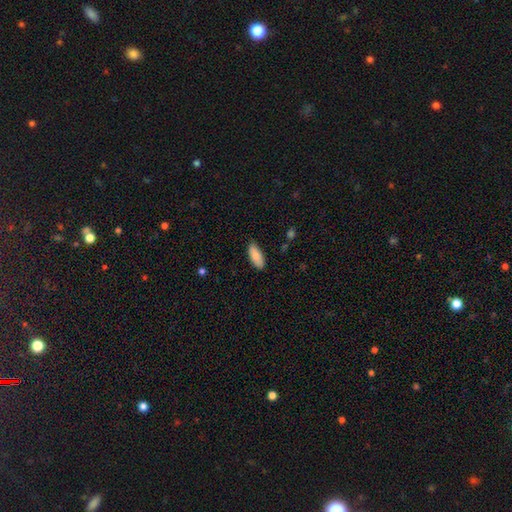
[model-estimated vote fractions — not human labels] The model was most divided on "how rounded": in between: 80%, cigar-shaped: 19%, round: 2%. More confident: smooth or featured — smooth (88%); merging — none (87%).